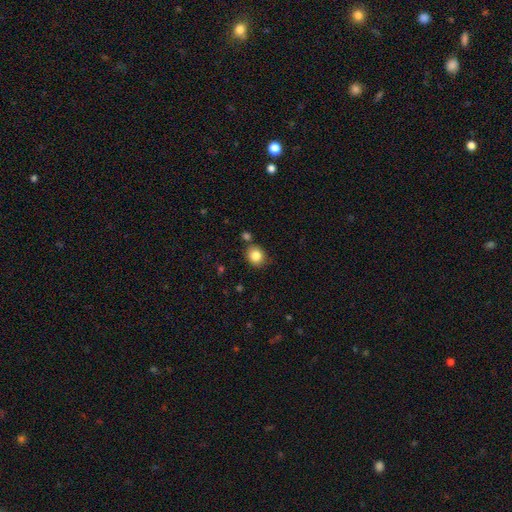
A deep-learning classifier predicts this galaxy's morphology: A smooth galaxy with no disk features (84%) that is round (69%).

Vote fractions:
- Smooth or featured? smooth: 84% / star or artifact: 9% / featured or disk: 6%
- How rounded? round: 69% / in between: 30% / cigar-shaped: 1%
- Merging? none: 78% / minor disturbance: 12% / merger: 8% / major disturbance: 3%